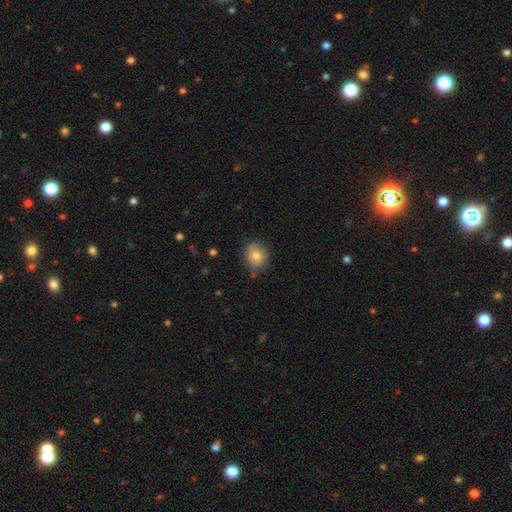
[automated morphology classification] This appears to be a smooth galaxy with no disk features (80%) that is round (70%). Merging: none (79%).